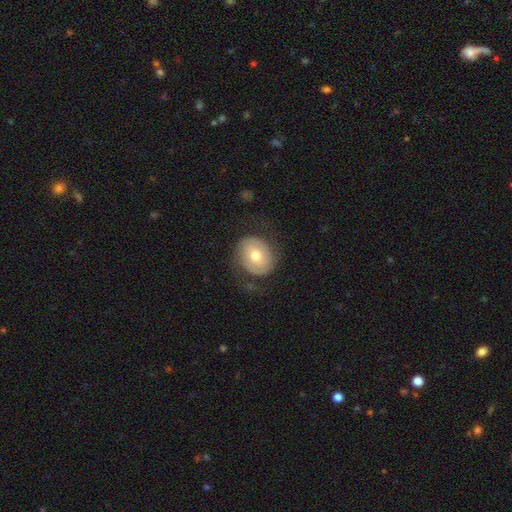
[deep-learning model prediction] A smooth galaxy with no disk features (52%) that is round (61%). Merging: none (69%).